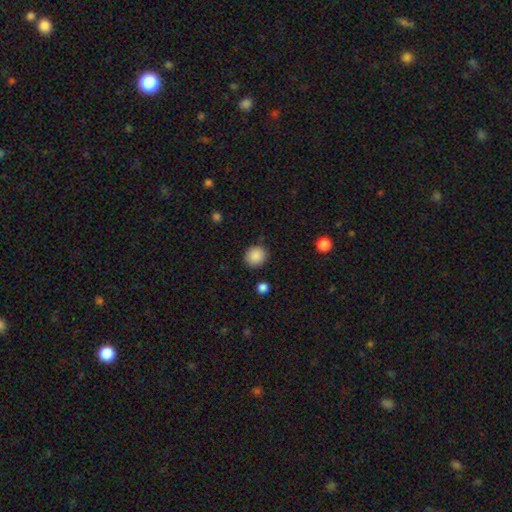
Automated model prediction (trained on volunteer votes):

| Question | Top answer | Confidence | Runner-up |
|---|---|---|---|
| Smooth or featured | smooth | 88% | star or artifact (9%) |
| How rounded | round | 87% | in between (12%) |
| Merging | none | 88% | minor disturbance (8%) |